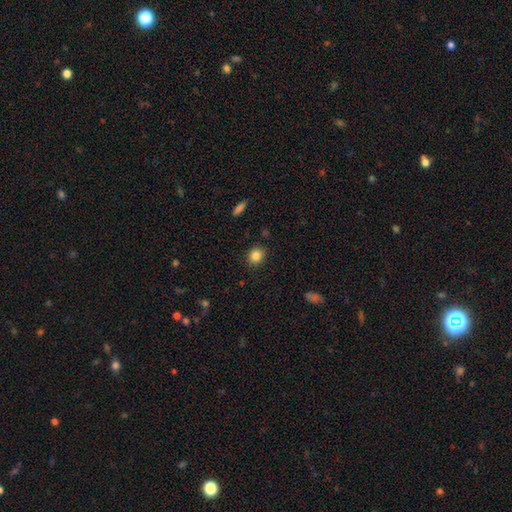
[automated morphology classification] smooth_or_featured: smooth (p=0.85) [alt: star or artifact p=0.10]
how_rounded: round (p=0.74) [alt: in between p=0.25]
merging: none (p=0.87) [alt: minor disturbance p=0.09]